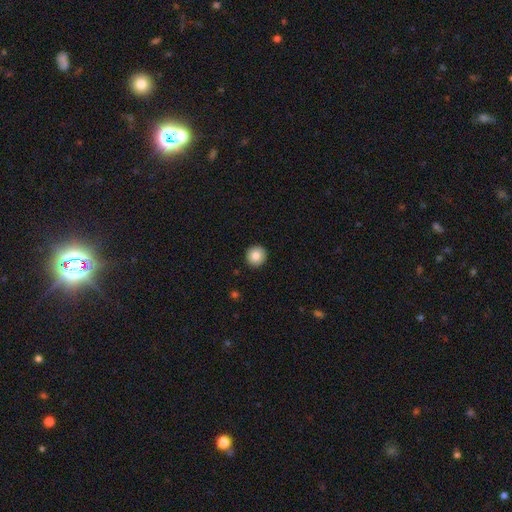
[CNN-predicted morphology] Q: Smooth or featured?
A: smooth (83%); runner-up: featured or disk (9%)
Q: How rounded?
A: round (94%); runner-up: in between (5%)
Q: Merging?
A: none (93%); runner-up: minor disturbance (5%)